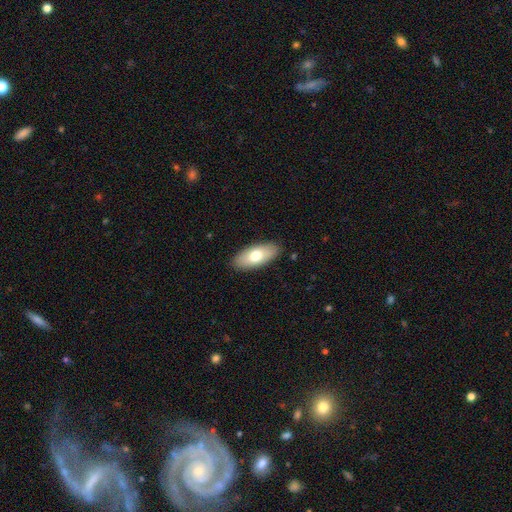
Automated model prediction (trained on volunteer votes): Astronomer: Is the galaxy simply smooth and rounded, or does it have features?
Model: smooth — 72%.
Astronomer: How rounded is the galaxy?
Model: in between — 87%.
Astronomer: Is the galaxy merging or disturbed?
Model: none — 88%.